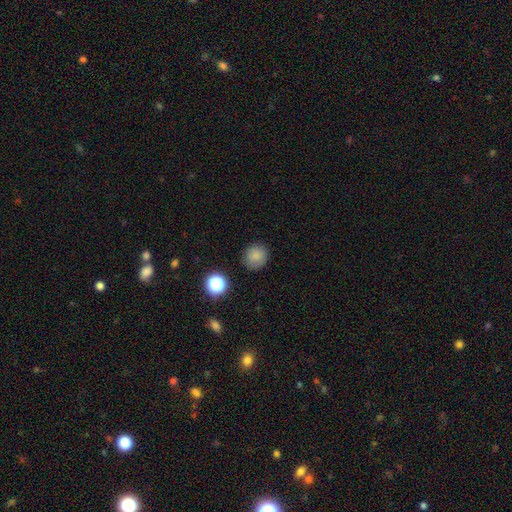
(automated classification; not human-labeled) smooth 81%, star or artifact 12%, featured or disk 7%. Down the decision tree: how rounded — round (87%); merging — none (85%).